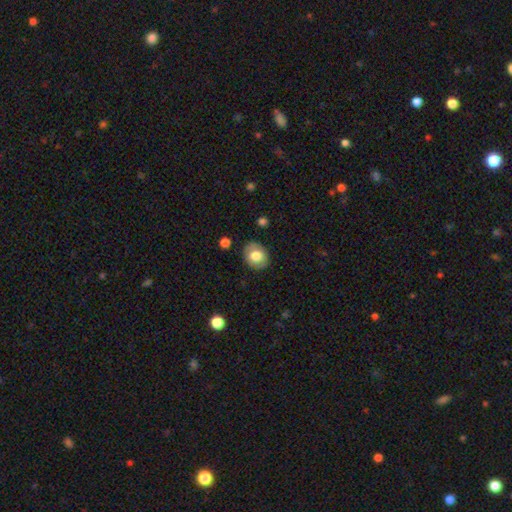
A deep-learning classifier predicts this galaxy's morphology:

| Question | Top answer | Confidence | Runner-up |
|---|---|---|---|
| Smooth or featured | smooth | 74% | featured or disk (19%) |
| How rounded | round | 50% | in between (49%) |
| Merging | none | 85% | minor disturbance (11%) |